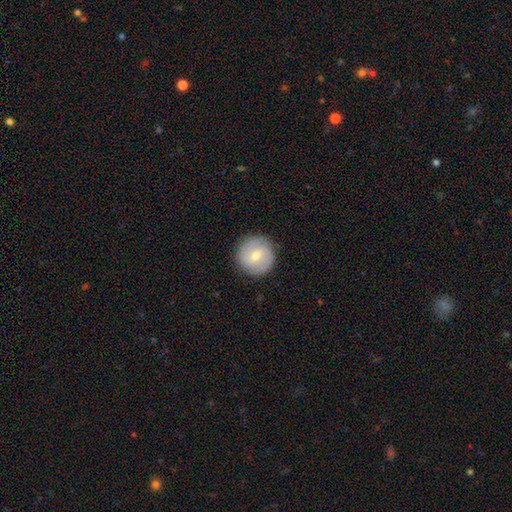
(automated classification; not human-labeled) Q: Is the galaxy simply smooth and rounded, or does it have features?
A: smooth — 55%.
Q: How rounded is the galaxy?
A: round — 95%.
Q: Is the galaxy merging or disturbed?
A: none — 88%.